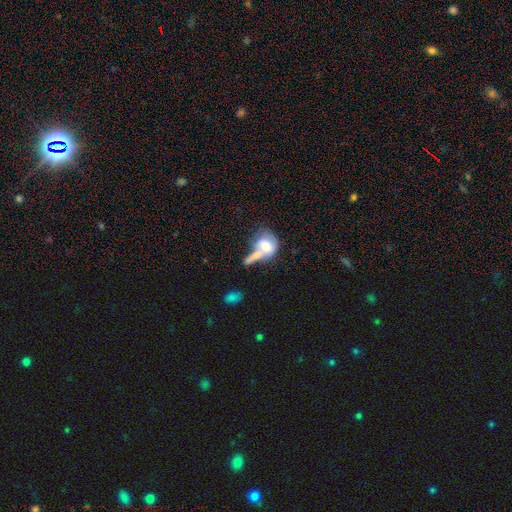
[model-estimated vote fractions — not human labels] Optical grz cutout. It shows a smooth galaxy with no disk features (63%) that is in between round and cigar-shaped (57%). Merging: merger (58%).